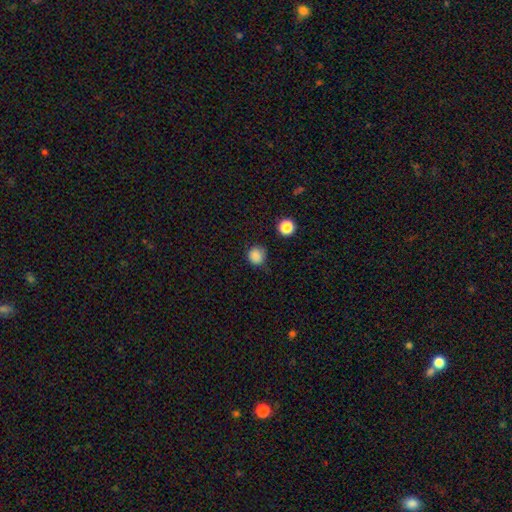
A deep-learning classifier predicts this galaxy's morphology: A smooth galaxy with no disk features (85%) that is round (88%).

Vote fractions:
- Smooth or featured? smooth: 85% / star or artifact: 12% / featured or disk: 3%
- How rounded? round: 88% / in between: 11% / cigar-shaped: 1%
- Merging? none: 75% / minor disturbance: 18% / major disturbance: 4% / merger: 2%